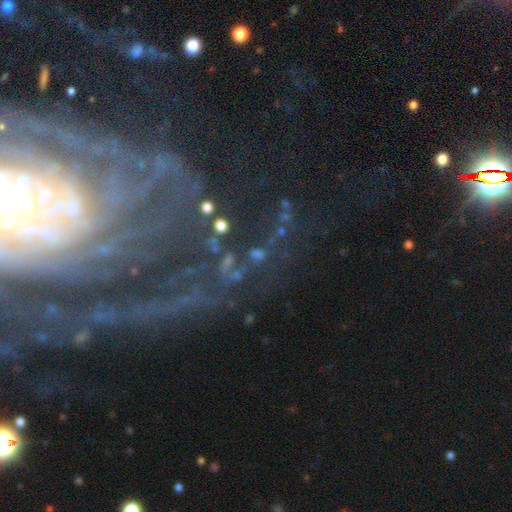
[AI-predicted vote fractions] Smooth or featured?
  - featured or disk: 73% *
  - star or artifact: 17%
  - smooth: 10%
Edge-on disk?
  - no: 93% *
  - yes: 7%
Bar?
  - no: 50% *
  - weak: 28%
  - strong: 22%
Spiral arms?
  - yes: 89% *
  - no: 11%
Spiral winding?
  - tight: 64% *
  - medium: 25%
  - loose: 10%
Spiral arm count?
  - can't tell: 27% *
  - 2: 19%
  - 3: 16%
  - 4: 13%
  - more than 4: 13%
  - 1: 12%
Bulge size?
  - small: 57% *
  - moderate: 22%
  - none: 9%
  - large: 8%
  - dominant: 4%
Merging?
  - none: 66% *
  - major disturbance: 15%
  - minor disturbance: 14%
  - merger: 5%